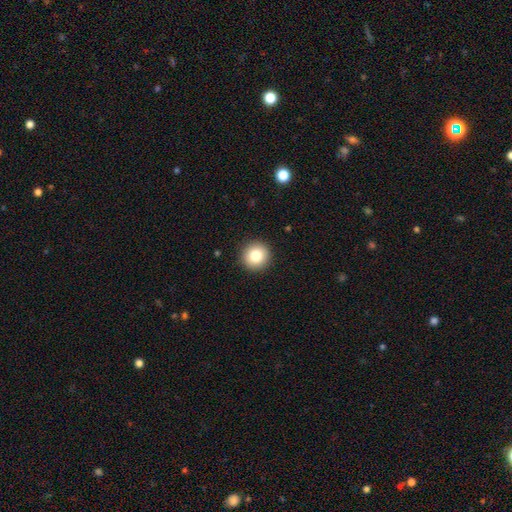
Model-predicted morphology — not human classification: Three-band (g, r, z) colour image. It shows a smooth galaxy with no disk features (83%) that is round (95%). Merging: none (92%).